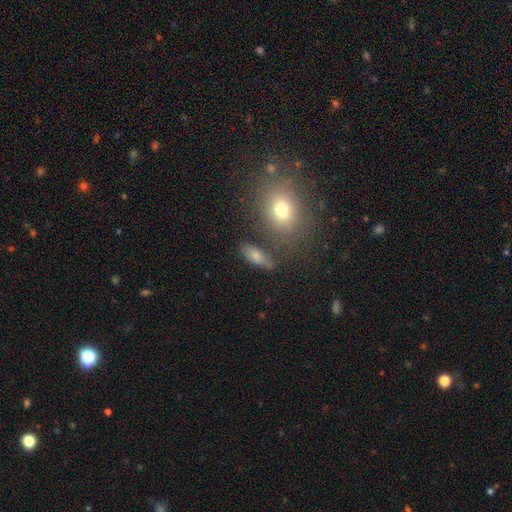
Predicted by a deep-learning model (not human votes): A smooth galaxy with no disk features (72%) that is in between round and cigar-shaped (75%).

Vote fractions:
- Smooth or featured? smooth: 72% / featured or disk: 16% / star or artifact: 12%
- How rounded? in between: 75% / cigar-shaped: 16% / round: 9%
- Merging? none: 68% / minor disturbance: 17% / merger: 8% / major disturbance: 7%